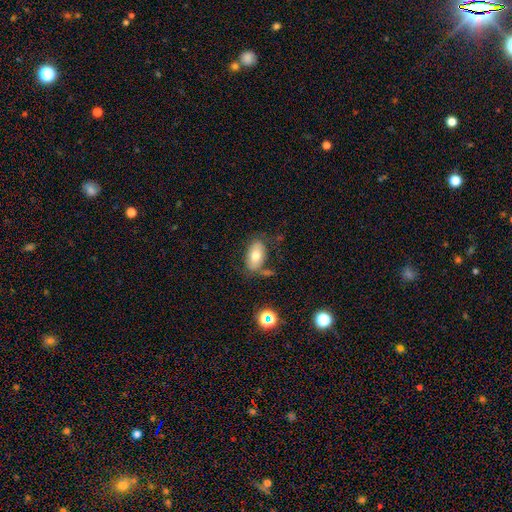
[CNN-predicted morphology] Smooth or featured? smooth (70%)
How rounded? in between (92%)
Merging? none (67%)